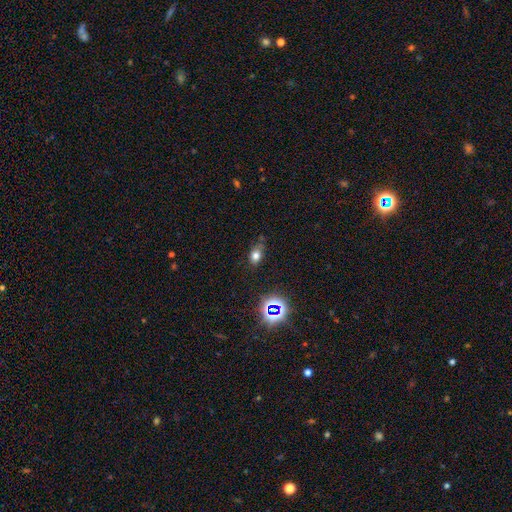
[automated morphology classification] smooth_or_featured: smooth (p=0.69) [alt: star or artifact p=0.21]
how_rounded: in between (p=0.70) [alt: round p=0.27]
merging: none (p=0.64) [alt: minor disturbance p=0.25]